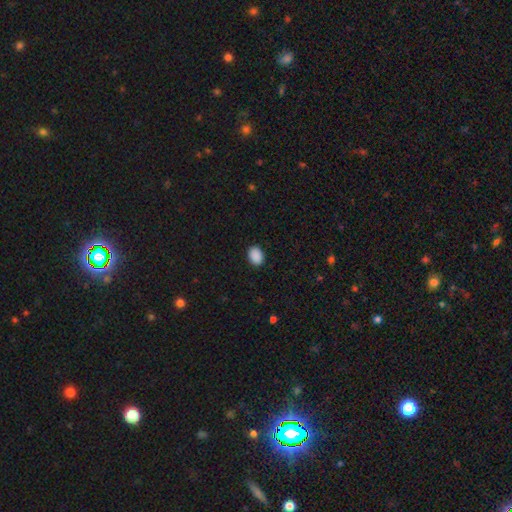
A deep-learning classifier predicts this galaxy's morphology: The model was most divided on "how rounded": in between: 68%, round: 31%, cigar-shaped: 1%. More confident: smooth or featured — smooth (90%); merging — none (90%).